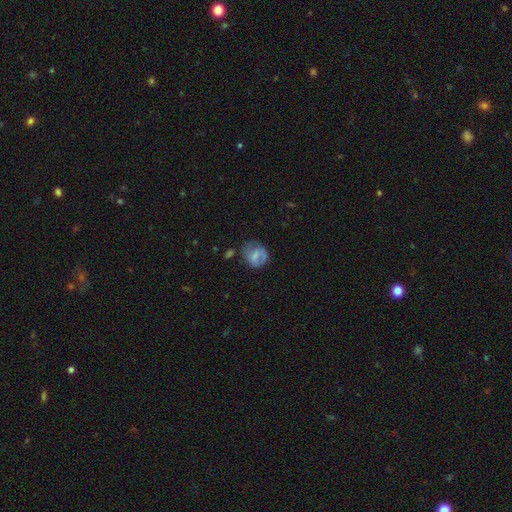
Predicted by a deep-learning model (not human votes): Smooth or featured?
  - smooth: 53% *
  - featured or disk: 39%
  - star or artifact: 8%
How rounded?
  - round: 63% *
  - in between: 36%
  - cigar-shaped: 1%
Merging?
  - none: 50% *
  - minor disturbance: 29%
  - major disturbance: 17%
  - merger: 4%